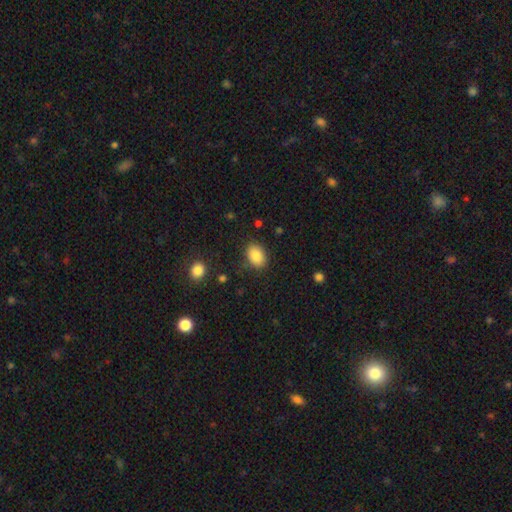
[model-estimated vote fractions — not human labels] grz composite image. It shows a smooth galaxy with no disk features (87%) that is in between round and cigar-shaped (79%). Merging: none (84%).